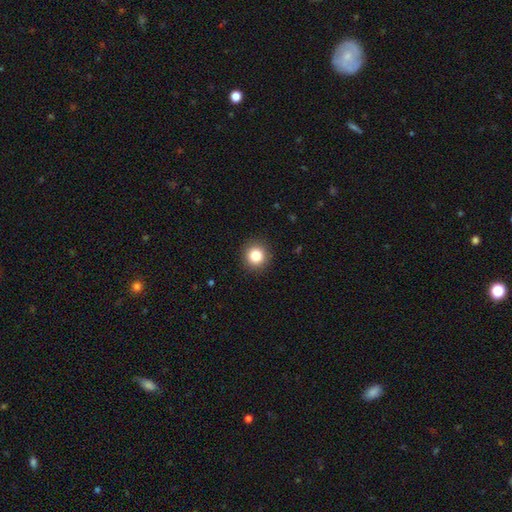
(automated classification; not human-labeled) The model was most divided on "smooth or featured": smooth: 84%, star or artifact: 11%, featured or disk: 6%. More confident: how rounded — round (93%); merging — none (91%).